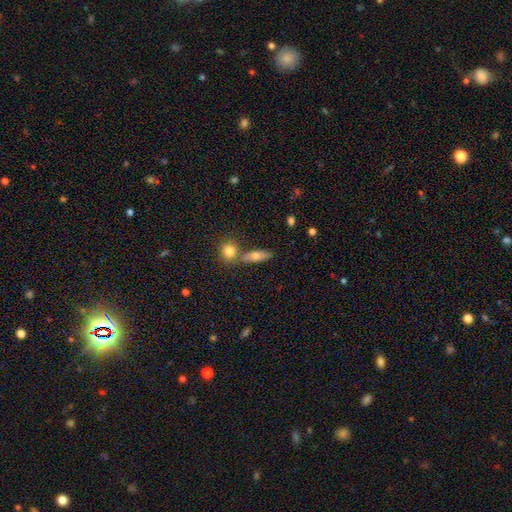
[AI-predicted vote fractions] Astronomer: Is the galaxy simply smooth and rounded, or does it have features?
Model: smooth — 65%.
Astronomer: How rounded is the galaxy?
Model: in between — 54% (runner-up: cigar-shaped, 38%).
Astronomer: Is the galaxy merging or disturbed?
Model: none — 61%.